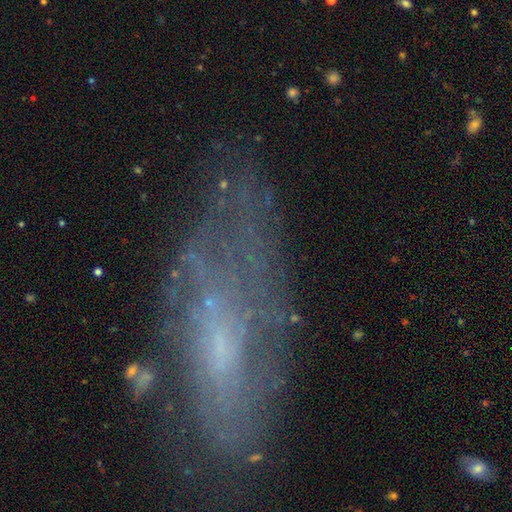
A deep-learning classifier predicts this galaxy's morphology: Smooth or featured: featured or disk — 58% (smooth — 26%)
Edge-on disk: no — 81% (yes — 19%)
Merging: none — 63% (minor disturbance — 20%)